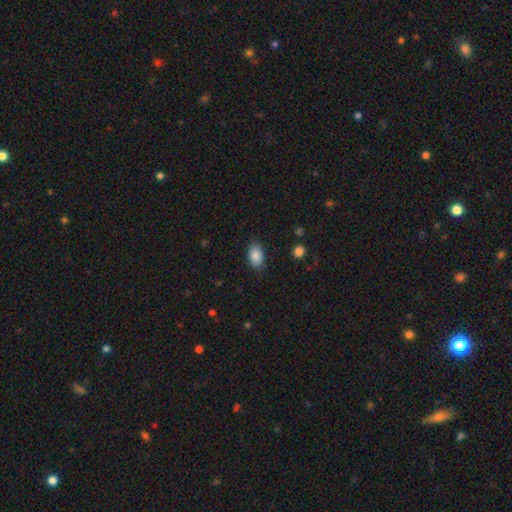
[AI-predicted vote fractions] Overall: smooth (88%). How rounded: in between (91%). Merging: none (85%).